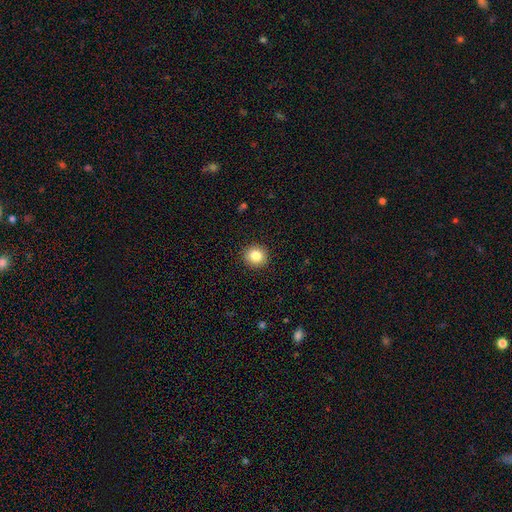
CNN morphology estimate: A smooth galaxy with no disk features (84%) that is round (93%).

Vote fractions:
- Smooth or featured? smooth: 84% / star or artifact: 10% / featured or disk: 6%
- How rounded? round: 93% / in between: 6% / cigar-shaped: 1%
- Merging? none: 92% / minor disturbance: 5% / major disturbance: 2% / merger: 1%